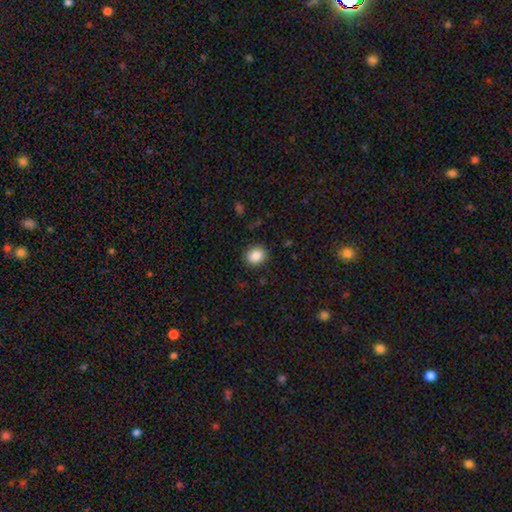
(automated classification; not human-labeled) Smooth or featured: smooth — 87% (star or artifact — 9%)
How rounded: round — 62% (in between — 38%)
Merging: none — 88% (minor disturbance — 8%)